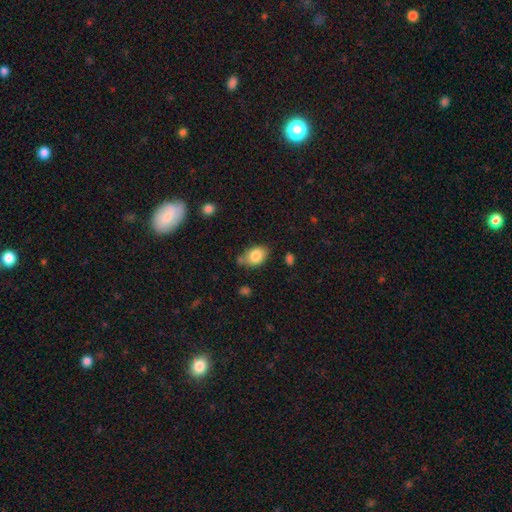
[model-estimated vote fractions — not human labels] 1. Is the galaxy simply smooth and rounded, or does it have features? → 84% smooth, 8% featured or disk, 8% star or artifact.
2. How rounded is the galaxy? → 82% in between, 17% round, 1% cigar-shaped.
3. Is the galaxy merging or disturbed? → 67% none, 20% minor disturbance, 8% merger, 5% major disturbance.